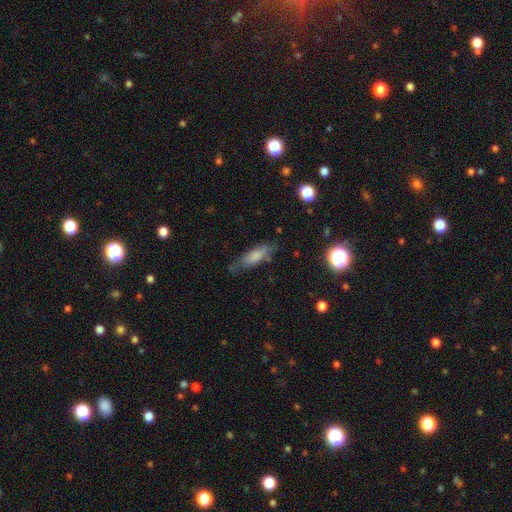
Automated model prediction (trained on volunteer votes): smooth-or-featured: smooth: 73% | featured or disk: 19% | star or artifact: 7%
  how-rounded: cigar-shaped: 52% | in between: 46% | round: 2%
  merging: none: 65% | minor disturbance: 25% | major disturbance: 7% | merger: 3%